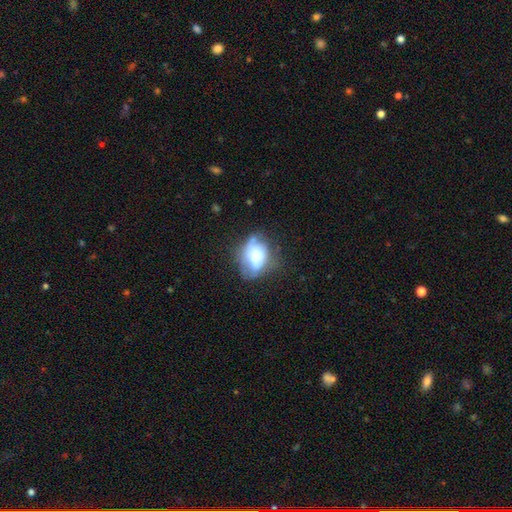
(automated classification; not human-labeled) A smooth galaxy with no disk features (62%) that is in between round and cigar-shaped (73%). Merging: none (37%).